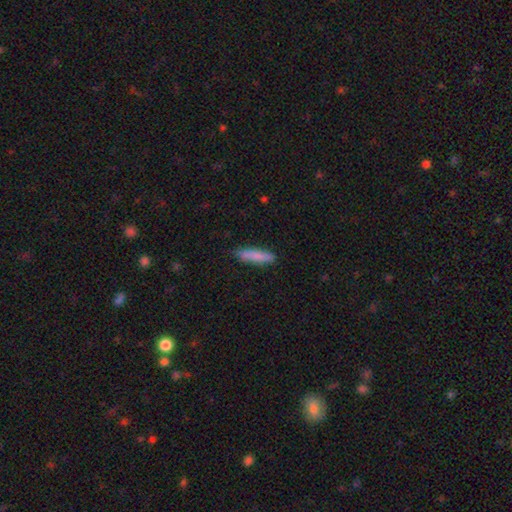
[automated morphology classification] A smooth galaxy with no disk features (83%) that is cigar-shaped (82%). Merging: none (85%).